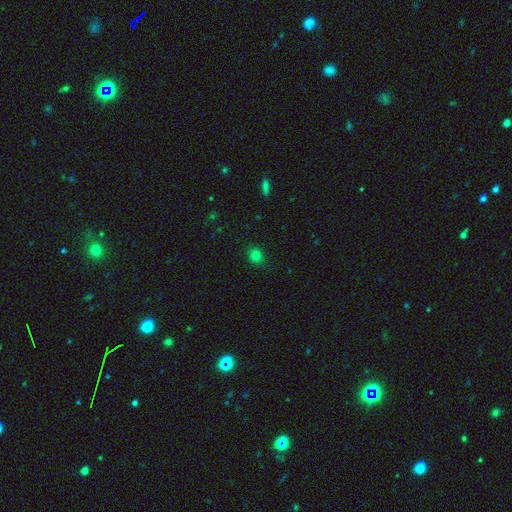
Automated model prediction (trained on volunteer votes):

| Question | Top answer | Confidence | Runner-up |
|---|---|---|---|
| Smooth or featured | smooth | 78% | star or artifact (16%) |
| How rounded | round | 67% | in between (31%) |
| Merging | none | 82% | minor disturbance (13%) |